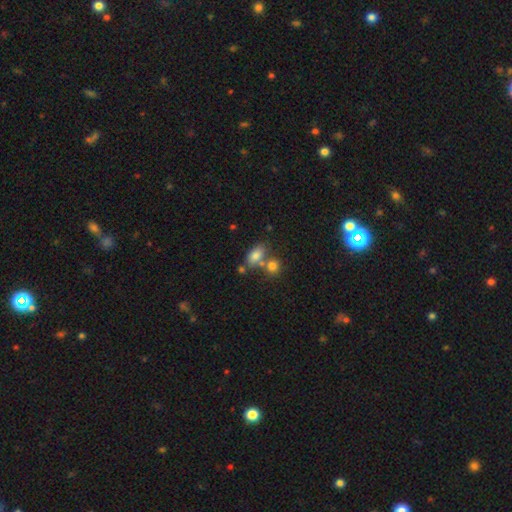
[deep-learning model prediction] smooth 79%, featured or disk 10%, star or artifact 10%. Down the decision tree: how rounded — in between (84%); merging — none (50%).